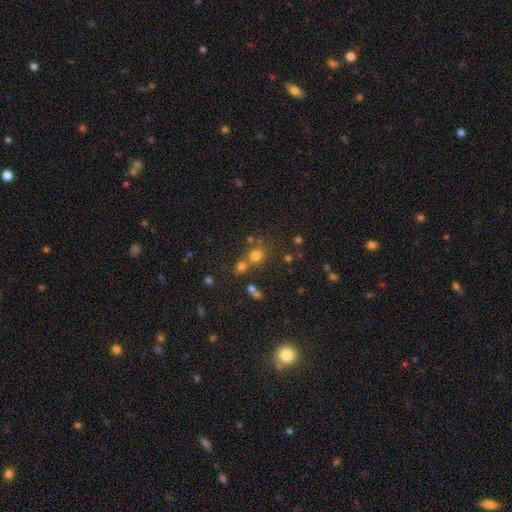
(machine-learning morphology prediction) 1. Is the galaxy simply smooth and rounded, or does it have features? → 66% smooth, 23% star or artifact, 11% featured or disk.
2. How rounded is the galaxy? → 77% round, 22% in between, 1% cigar-shaped.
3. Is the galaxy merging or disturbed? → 53% none, 35% merger, 9% minor disturbance, 4% major disturbance.